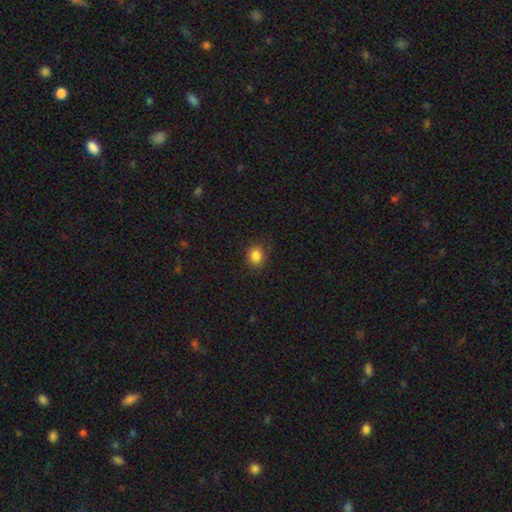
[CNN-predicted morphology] The model was most divided on "how rounded": round: 69%, in between: 30%, cigar-shaped: 1%. More confident: merging — none (87%); smooth or featured — smooth (85%).